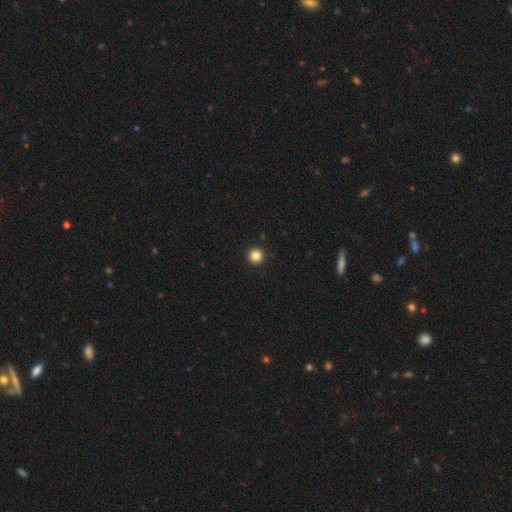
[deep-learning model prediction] smooth 86%, star or artifact 11%, featured or disk 3%. Down the decision tree: how rounded — round (96%); merging — none (94%).